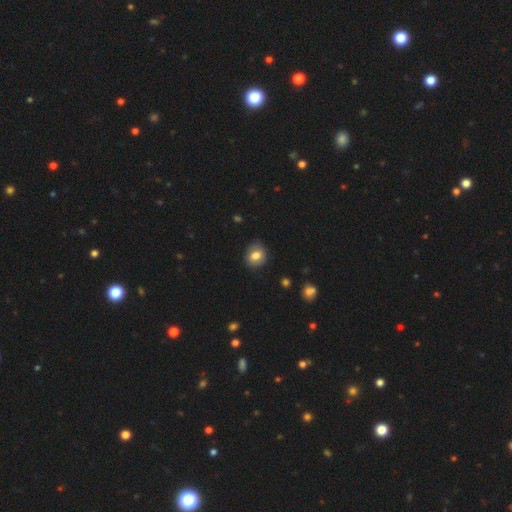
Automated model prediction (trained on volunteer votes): Q: Smooth or featured?
A: smooth (78%); runner-up: featured or disk (13%)
Q: How rounded?
A: round (62%); runner-up: in between (37%)
Q: Merging?
A: none (82%); runner-up: minor disturbance (14%)